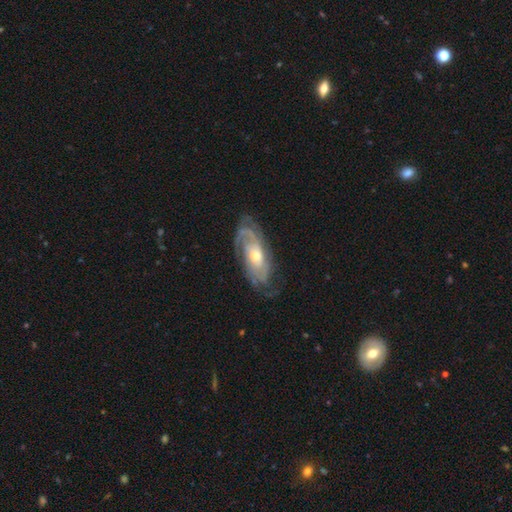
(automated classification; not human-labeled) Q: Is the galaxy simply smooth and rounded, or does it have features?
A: featured or disk — 86%.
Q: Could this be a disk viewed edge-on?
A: no — 93%.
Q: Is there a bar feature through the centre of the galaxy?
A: no — 70%.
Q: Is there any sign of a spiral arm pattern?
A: yes — 95%.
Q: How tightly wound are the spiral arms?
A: tight — 57%.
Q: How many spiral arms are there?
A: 2 — 30%, tied with can't tell.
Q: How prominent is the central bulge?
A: moderate — 66%.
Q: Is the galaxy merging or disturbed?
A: none — 70%.